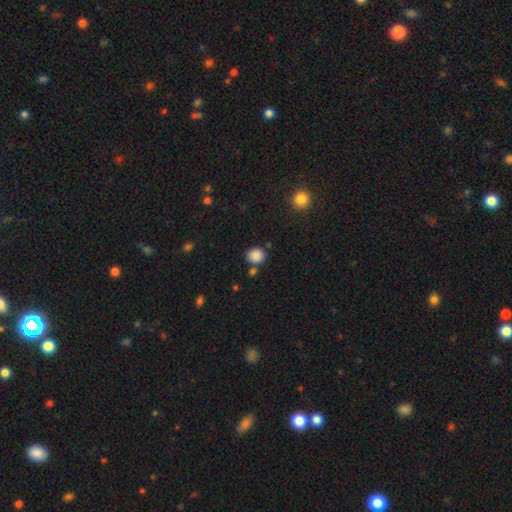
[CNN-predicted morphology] Overall: smooth (86%). How rounded: round (78%). Merging: none (77%).